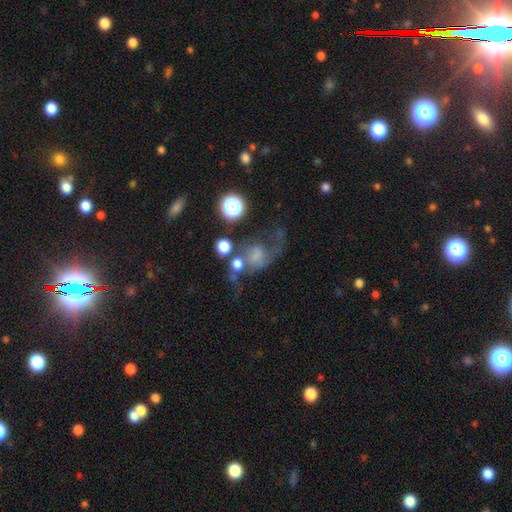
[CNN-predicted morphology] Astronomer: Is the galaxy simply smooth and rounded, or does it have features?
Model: smooth — 50% (runner-up: featured or disk, 35%).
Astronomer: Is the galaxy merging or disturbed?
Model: major disturbance — 39% (runner-up: none, 27%).